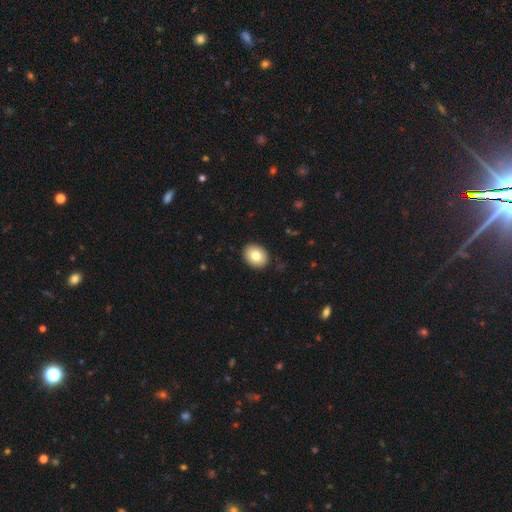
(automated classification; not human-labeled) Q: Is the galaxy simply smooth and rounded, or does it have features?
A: smooth — 80%.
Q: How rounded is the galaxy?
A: in between — 52%.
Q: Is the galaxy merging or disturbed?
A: none — 91%.